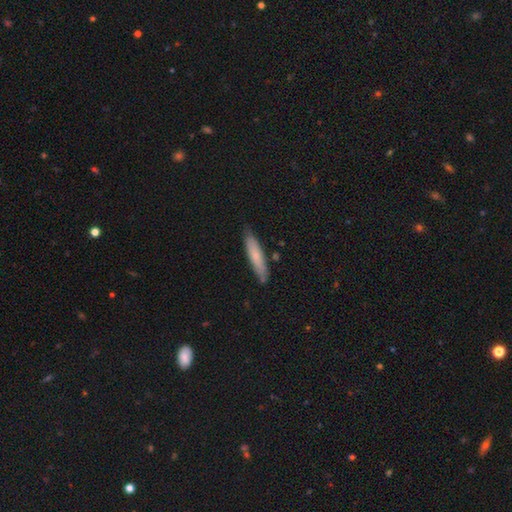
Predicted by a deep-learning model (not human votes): This is likely a smooth galaxy (70%). How rounded: clearly cigar-shaped (87%). Merging: clearly none (84%).